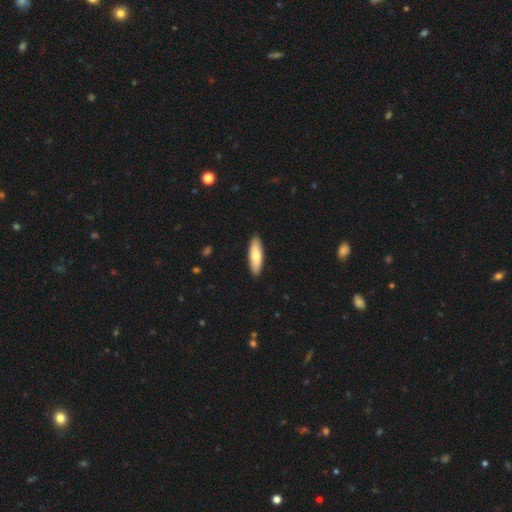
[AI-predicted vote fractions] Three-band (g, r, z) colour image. It shows a smooth galaxy with no disk features (72%) that is in between round and cigar-shaped (50%). Merging: none (91%).